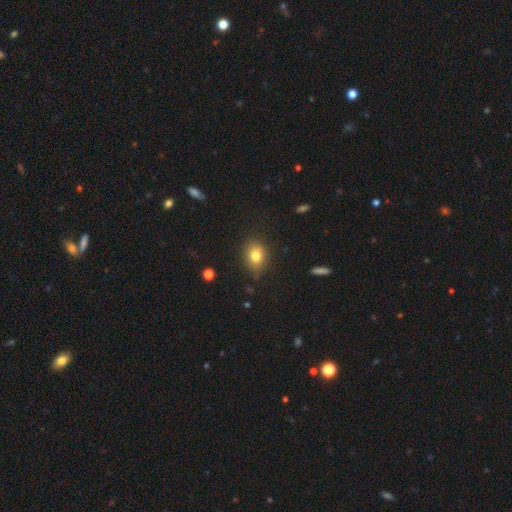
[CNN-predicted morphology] Q: Smooth or featured?
A: smooth (79%); runner-up: star or artifact (11%)
Q: How rounded?
A: in between (57%); runner-up: round (42%)
Q: Merging?
A: none (78%); runner-up: minor disturbance (17%)